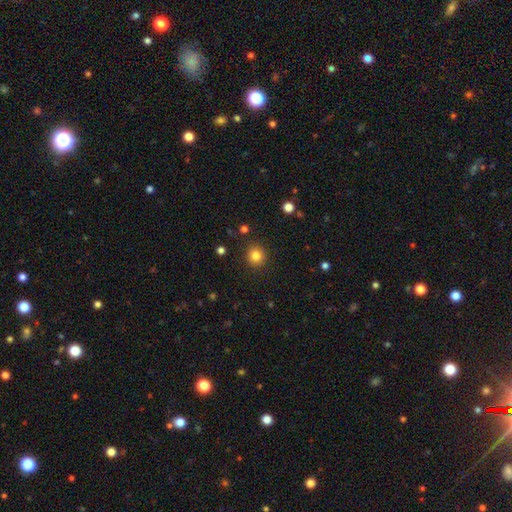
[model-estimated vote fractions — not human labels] This appears to be a smooth galaxy with no disk features (83%) that is round (92%). Merging: none (91%).